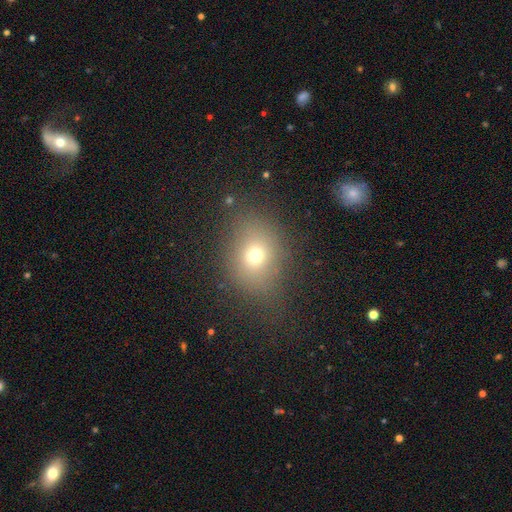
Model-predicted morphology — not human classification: The model was most divided on "how rounded": in between: 50%, round: 49%, cigar-shaped: 1%. More confident: merging — none (73%); smooth or featured — smooth (68%).